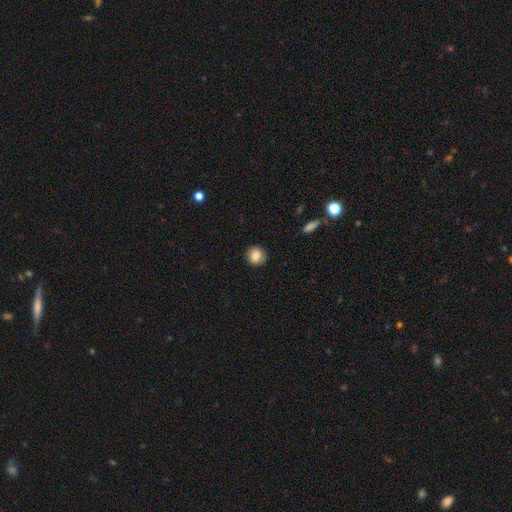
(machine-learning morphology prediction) The model was most divided on "how rounded": round: 87%, in between: 12%, cigar-shaped: 1%. More confident: merging — none (88%); smooth or featured — smooth (85%).